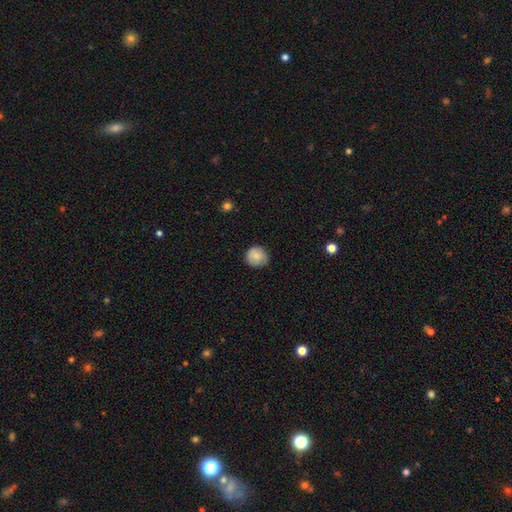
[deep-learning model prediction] The model was most divided on "merging": none: 79%, minor disturbance: 17%, major disturbance: 3%, merger: 1%. More confident: how rounded — round (89%); smooth or featured — smooth (84%).